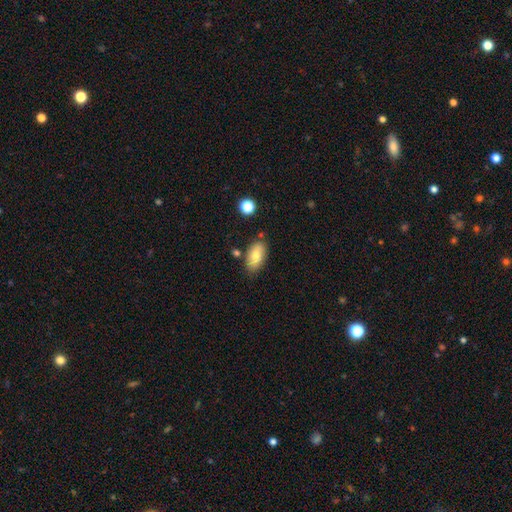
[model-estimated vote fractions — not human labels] Morphology: type=smooth (76%); roundness=in between (92%); merging=none (80%).